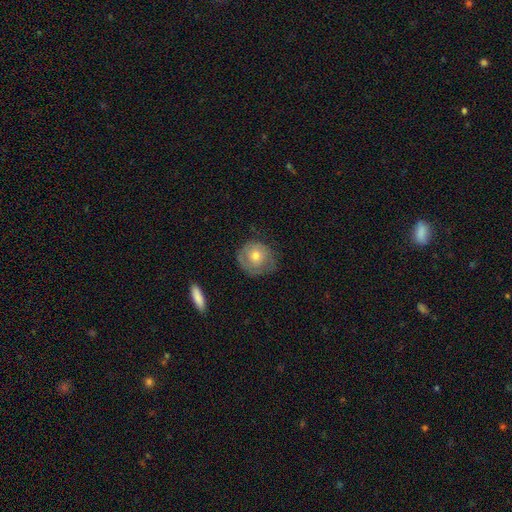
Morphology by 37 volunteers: Overall: featured or disk (59%; smooth 32%). Edge-on disk: no (95%). Bar: no (95%). Spiral arms: yes (57%; no 43%). Spiral arm count: can't tell (58%). Spiral winding: tight (75%). Bulge size: moderate (62%; small 29%). Merging: none (71%).